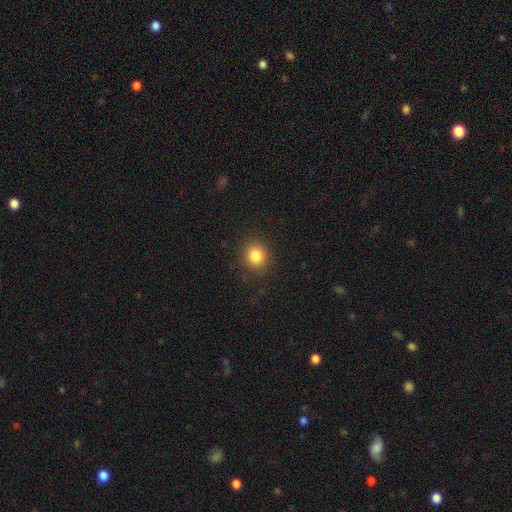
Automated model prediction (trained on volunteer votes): smooth_or_featured: smooth (p=0.84) [alt: star or artifact p=0.11]
how_rounded: round (p=0.84) [alt: in between p=0.15]
merging: none (p=0.88) [alt: minor disturbance p=0.08]